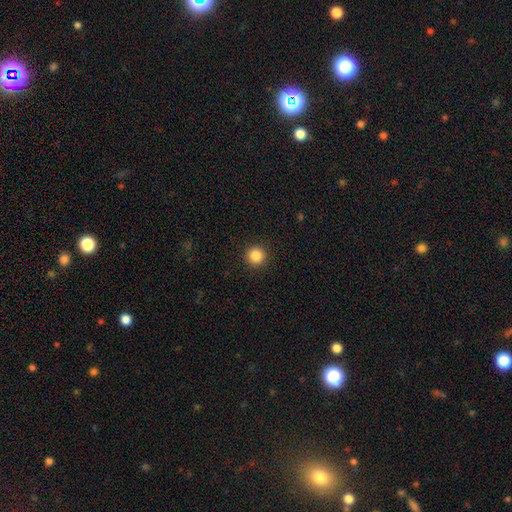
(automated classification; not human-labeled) smooth-or-featured: smooth: 86% | star or artifact: 11% | featured or disk: 3%
  how-rounded: round: 95% | in between: 4% | cigar-shaped: 1%
  merging: none: 92% | minor disturbance: 5% | major disturbance: 2% | merger: 1%